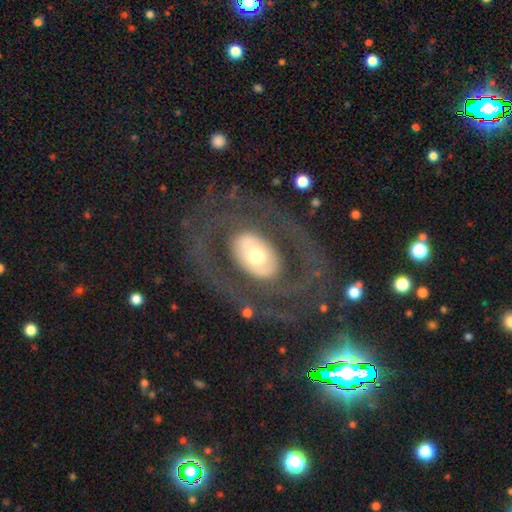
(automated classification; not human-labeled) Overall: featured or disk (72%). Edge-on disk: no (93%). Bar: no (74%). Spiral arms: no (52%; yes 48%). Bulge size: moderate (58%; large 24%). Merging: none (75%).